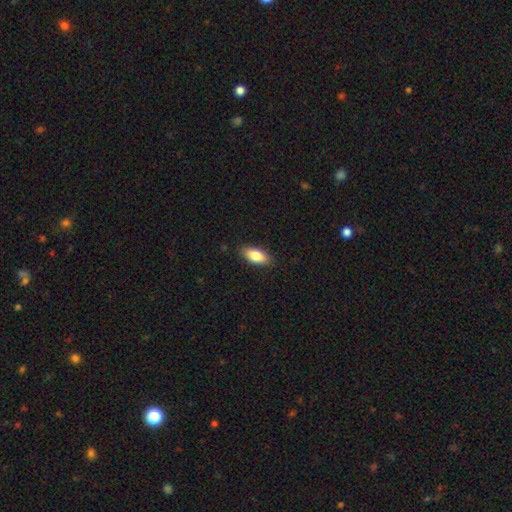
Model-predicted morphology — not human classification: type=smooth (83%); roundness=in between (86%); merging=none (86%).